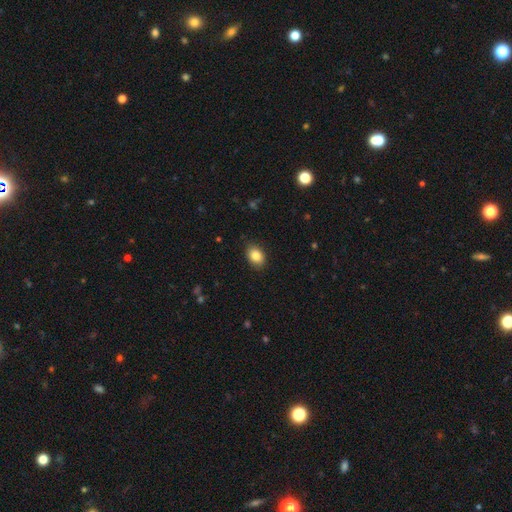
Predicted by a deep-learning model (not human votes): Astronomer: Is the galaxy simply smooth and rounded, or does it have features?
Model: smooth — 86%.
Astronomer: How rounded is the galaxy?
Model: in between — 78%.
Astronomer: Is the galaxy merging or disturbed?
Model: none — 86%.